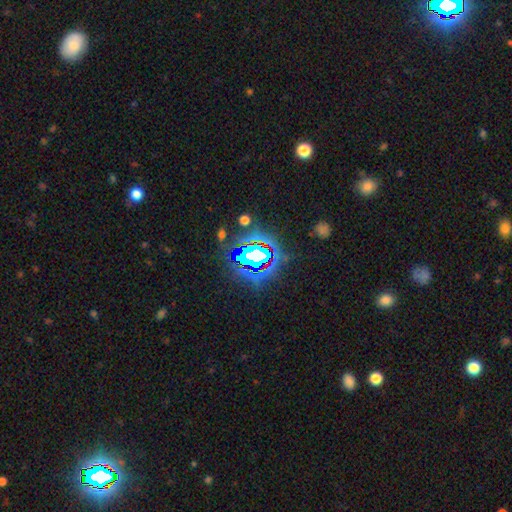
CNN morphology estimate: Smooth or featured? star or artifact (71%)